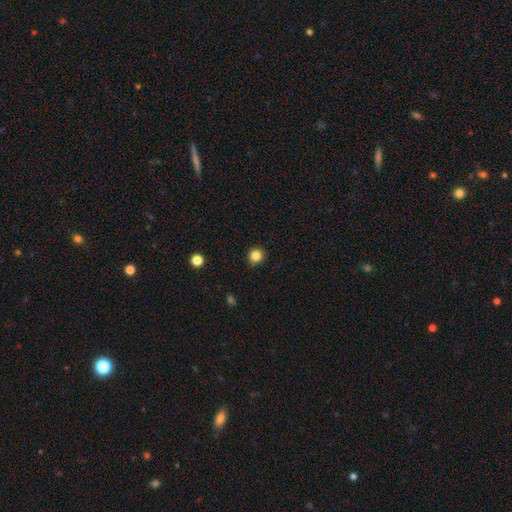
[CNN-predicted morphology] smooth-or-featured: smooth: 84% | star or artifact: 12% | featured or disk: 4%
  how-rounded: round: 92% | in between: 7% | cigar-shaped: 1%
  merging: none: 90% | minor disturbance: 7% | major disturbance: 2% | merger: 1%